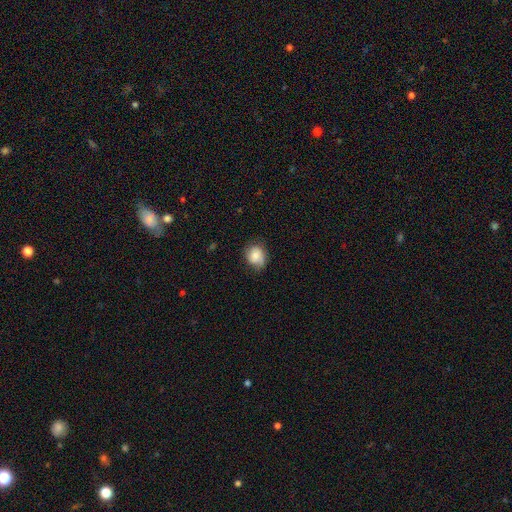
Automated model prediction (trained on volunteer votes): This is likely a smooth galaxy (68%). How rounded: possibly round (59%). Merging: likely none (63%).